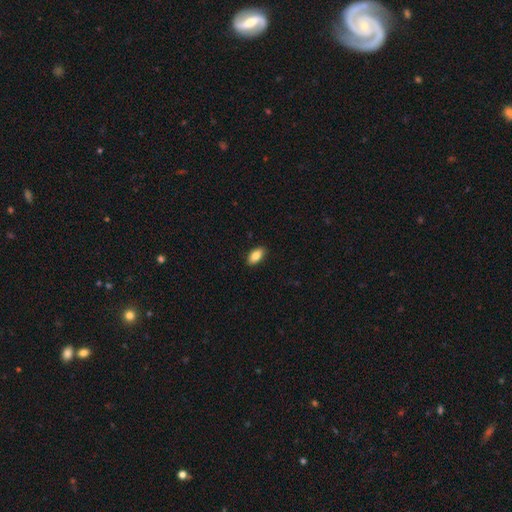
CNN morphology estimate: Overall: smooth (86%). How rounded: in between (92%). Merging: none (89%).